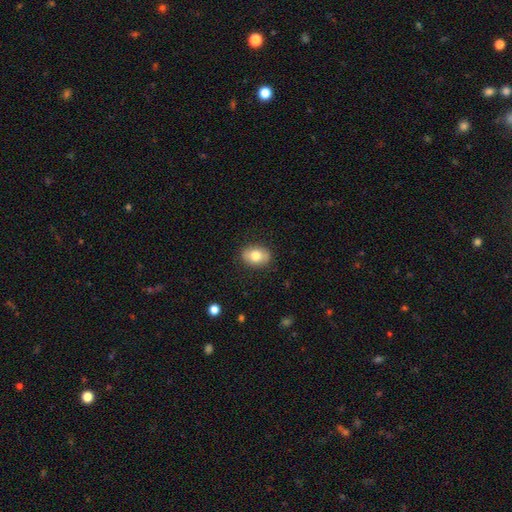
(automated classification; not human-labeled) Q: Smooth or featured?
A: smooth (76%); runner-up: featured or disk (16%)
Q: How rounded?
A: in between (71%); runner-up: round (27%)
Q: Merging?
A: none (86%); runner-up: minor disturbance (10%)